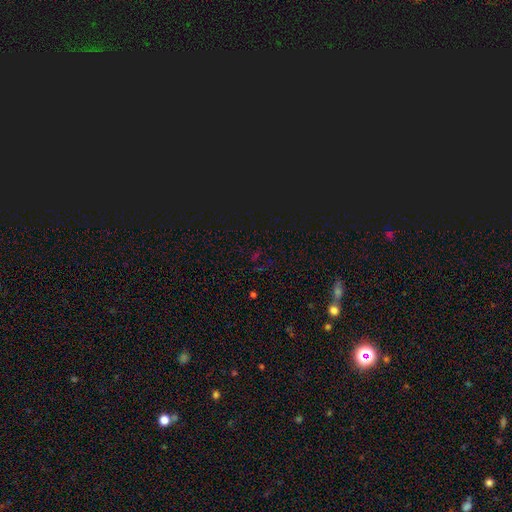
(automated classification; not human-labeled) The model was most divided on "smooth or featured": star or artifact: 69%, smooth: 22%, featured or disk: 9%.